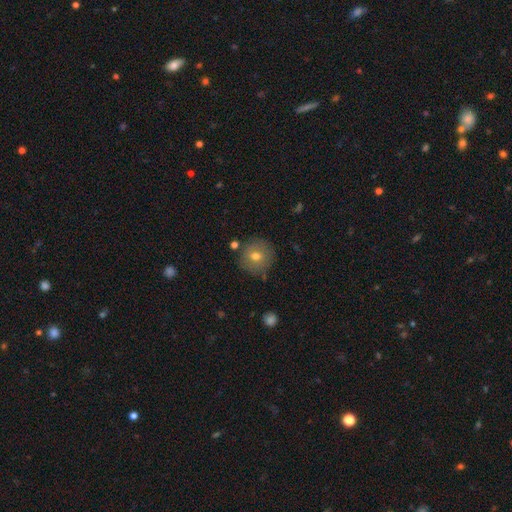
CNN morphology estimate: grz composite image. It shows a smooth galaxy with no disk features (68%) that is round (94%). Merging: none (85%).